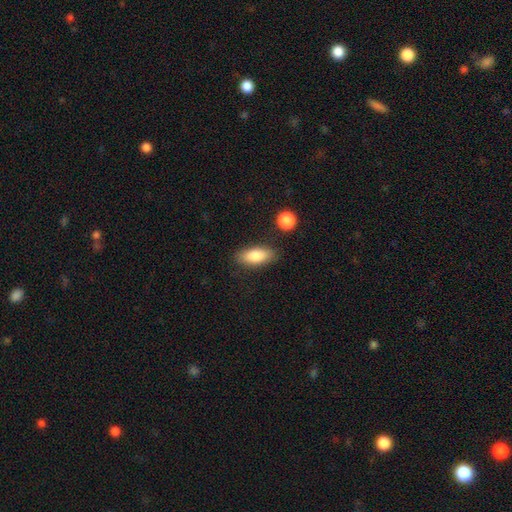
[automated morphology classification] Smooth or featured? Predicted: smooth (p=0.82). How rounded? Predicted: in between (p=0.81). Merging? Predicted: none (p=0.83).